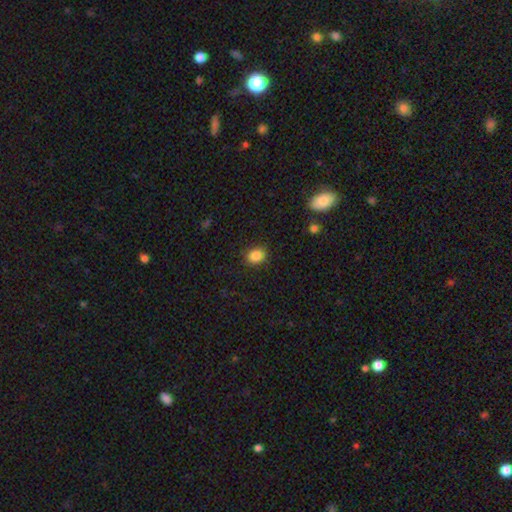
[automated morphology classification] Smooth or featured? smooth (86%)
How rounded? round (53%)
Merging? none (87%)